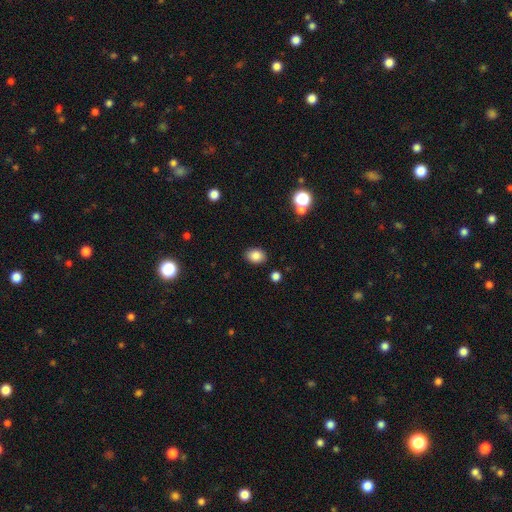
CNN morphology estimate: A smooth galaxy with no disk features (85%) that is in between round and cigar-shaped (72%).

Vote fractions:
- Smooth or featured? smooth: 85% / star or artifact: 10% / featured or disk: 5%
- How rounded? in between: 72% / round: 27% / cigar-shaped: 1%
- Merging? none: 86% / minor disturbance: 9% / major disturbance: 3% / merger: 2%